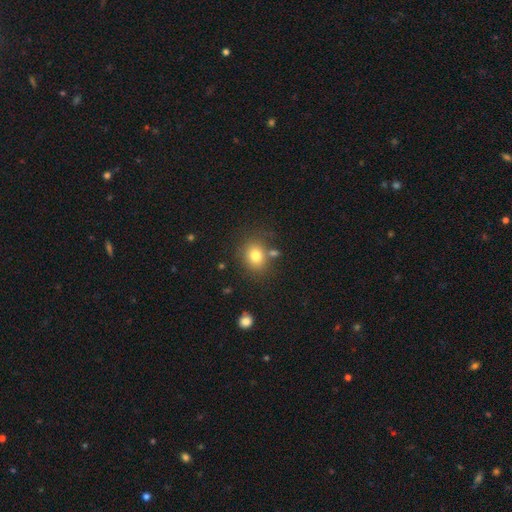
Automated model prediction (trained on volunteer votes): Smooth or featured: smooth — 79% (star or artifact — 12%)
How rounded: round — 61% (in between — 38%)
Merging: none — 72% (minor disturbance — 13%)